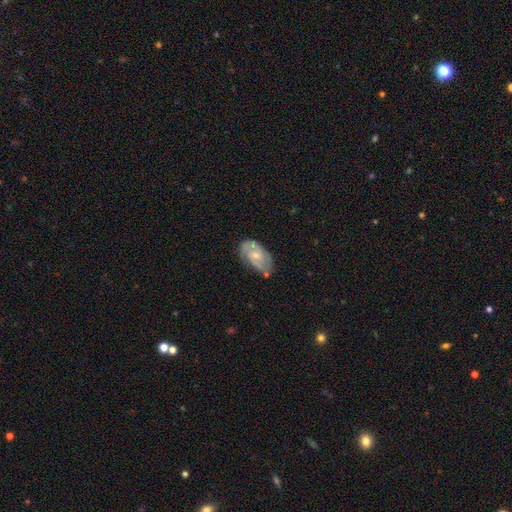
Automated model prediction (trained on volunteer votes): Morphology: type=featured or disk (73%); edge-on=no (96%); bar=no (56%); spiral arms=yes (91%); winding=medium (45%); arm count=2 (71%); bulge=small (51%); merging=none (65%).